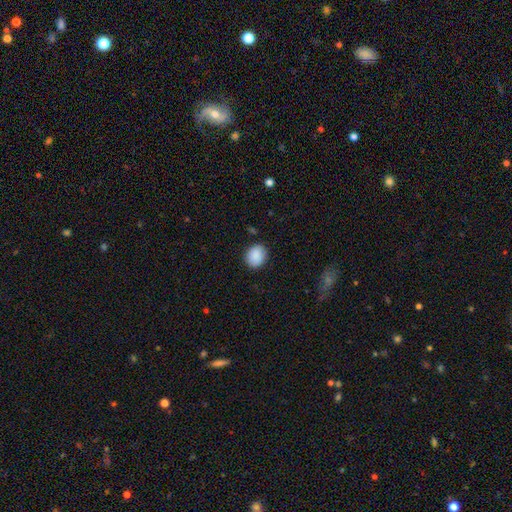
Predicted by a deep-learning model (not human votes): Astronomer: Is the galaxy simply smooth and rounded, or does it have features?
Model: smooth — 89%.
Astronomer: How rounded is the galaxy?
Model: round — 69%.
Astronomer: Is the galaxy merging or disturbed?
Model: none — 86%.